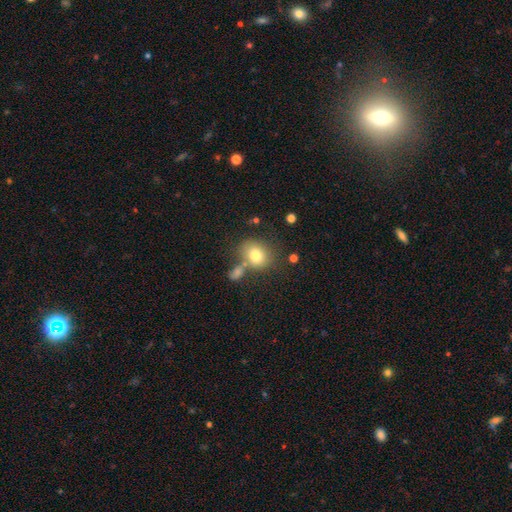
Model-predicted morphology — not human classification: The model was most divided on "how rounded": round: 55%, in between: 44%, cigar-shaped: 1%. More confident: smooth or featured — smooth (78%); merging — none (56%).